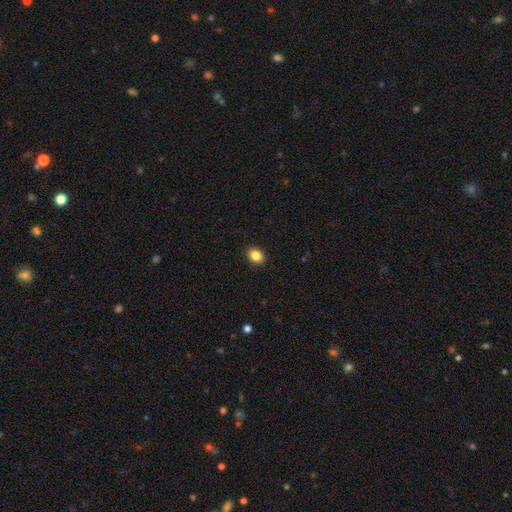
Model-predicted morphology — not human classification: This is clearly a smooth galaxy (86%). How rounded: likely in between (61%). Merging: clearly none (91%).